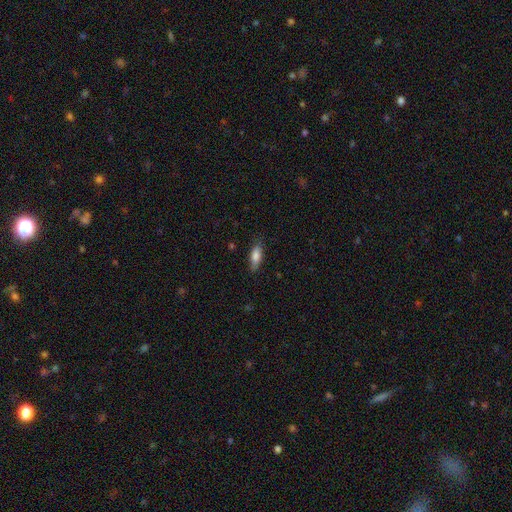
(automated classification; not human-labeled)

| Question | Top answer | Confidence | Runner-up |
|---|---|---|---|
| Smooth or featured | smooth | 80% | featured or disk (13%) |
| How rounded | in between | 64% | cigar-shaped (34%) |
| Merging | none | 77% | minor disturbance (18%) |